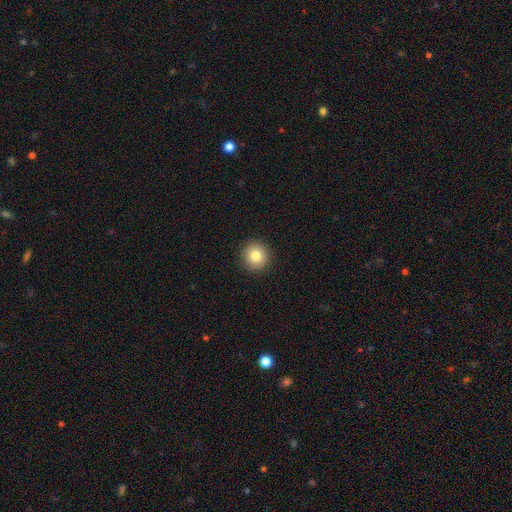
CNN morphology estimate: Smooth or featured: smooth — 82% (star or artifact — 10%)
How rounded: round — 94% (in between — 5%)
Merging: none — 92% (minor disturbance — 5%)